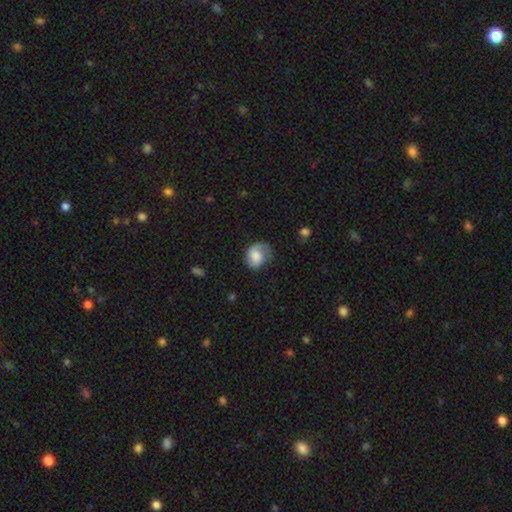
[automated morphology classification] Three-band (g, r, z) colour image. It shows a featured or disk galaxy (46%, tied with smooth). Merging: none (56%).